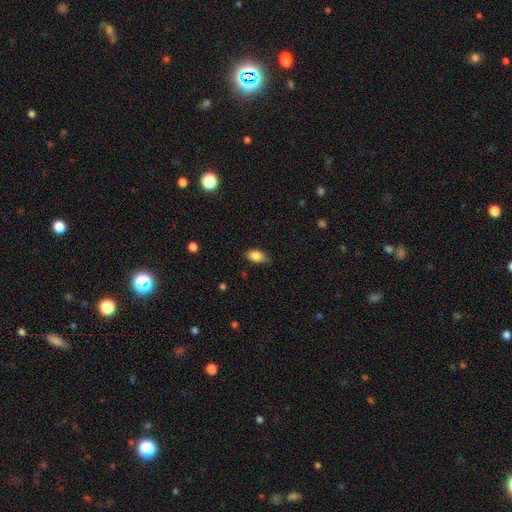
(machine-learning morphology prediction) Smooth or featured? Predicted: smooth (p=0.84). How rounded? Predicted: in between (p=0.87). Merging? Predicted: none (p=0.67).